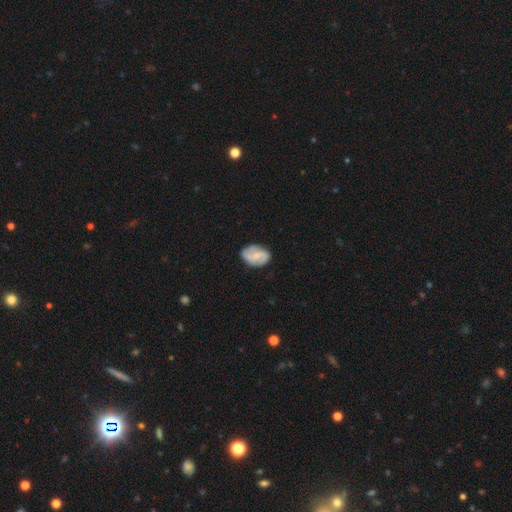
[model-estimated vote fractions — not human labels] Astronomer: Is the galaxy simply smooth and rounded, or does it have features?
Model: featured or disk — 58% (runner-up: smooth, 35%).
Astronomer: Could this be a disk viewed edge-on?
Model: no — 97%.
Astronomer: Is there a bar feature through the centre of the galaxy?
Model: no — 45%, tied with weak at 45%.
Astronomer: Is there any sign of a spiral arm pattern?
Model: yes — 89%.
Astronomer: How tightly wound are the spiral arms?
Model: medium — 42% (runner-up: loose, 36%).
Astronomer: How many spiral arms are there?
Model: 2 — 70%.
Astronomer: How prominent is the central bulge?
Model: small — 52%.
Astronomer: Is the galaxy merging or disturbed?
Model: none — 76%.